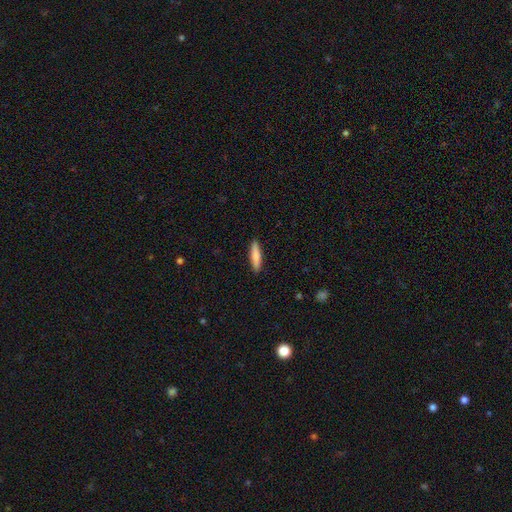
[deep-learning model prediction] A smooth galaxy with no disk features (79%) that is cigar-shaped (80%). Merging: none (91%).